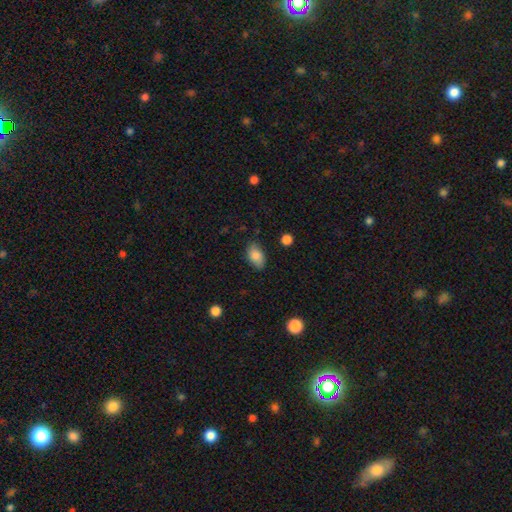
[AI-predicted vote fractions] smooth 84%, featured or disk 8%, star or artifact 7%. Down the decision tree: how rounded — in between (91%); merging — none (79%).